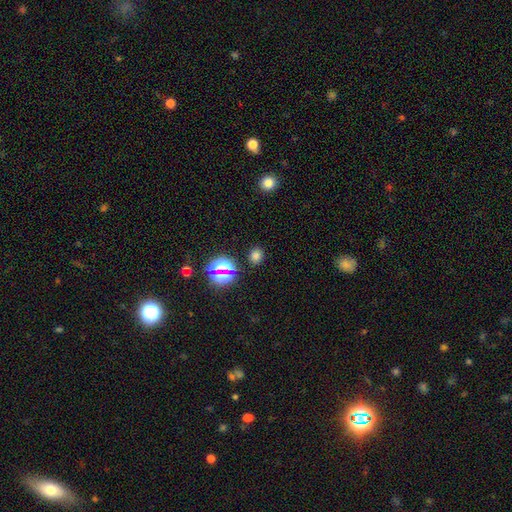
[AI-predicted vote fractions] A smooth galaxy with no disk features (67%) that is round (66%). Merging: none (85%).